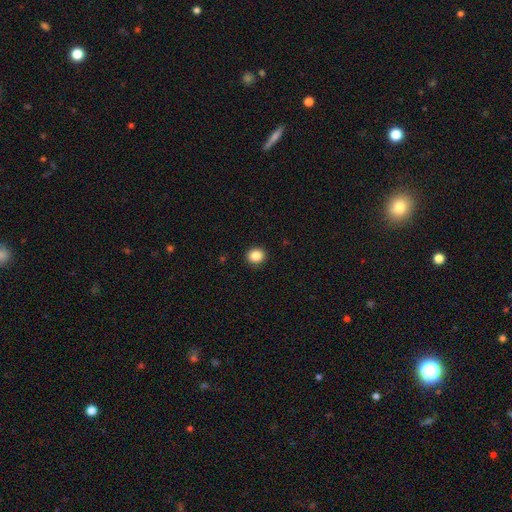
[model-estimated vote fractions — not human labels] The model was most divided on "how rounded": round: 82%, in between: 17%, cigar-shaped: 1%. More confident: merging — none (92%); smooth or featured — smooth (86%).